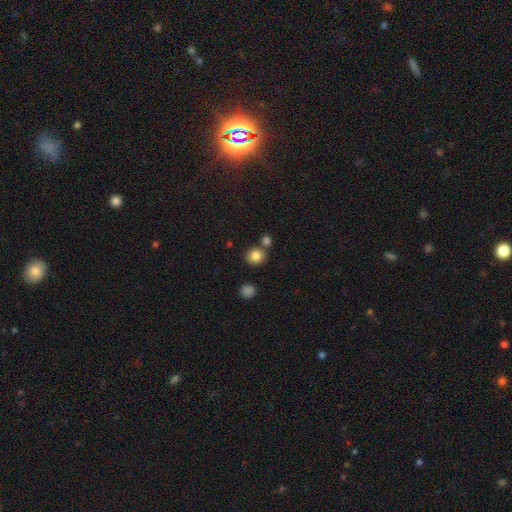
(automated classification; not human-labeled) smooth-or-featured: smooth: 83% | star or artifact: 11% | featured or disk: 6%
  how-rounded: round: 87% | in between: 12% | cigar-shaped: 1%
  merging: none: 70% | merger: 18% | minor disturbance: 9% | major disturbance: 3%